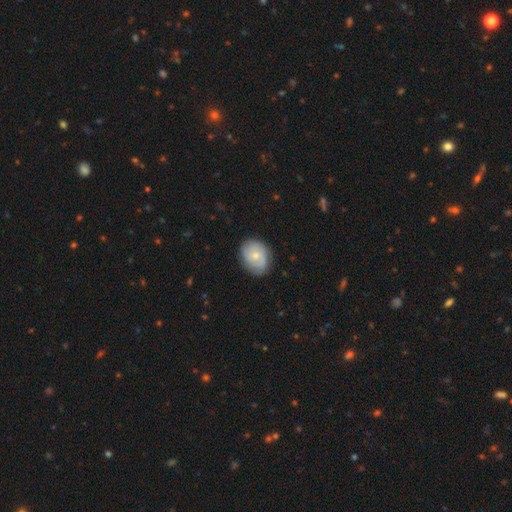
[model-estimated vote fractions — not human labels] Smooth or featured: smooth — 56% (featured or disk — 38%)
How rounded: in between — 57% (round — 42%)
Merging: none — 79% (minor disturbance — 16%)